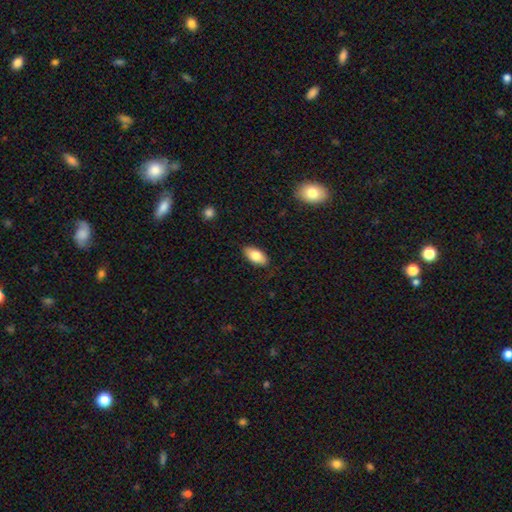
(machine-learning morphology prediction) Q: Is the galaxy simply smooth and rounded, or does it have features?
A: smooth — 79%.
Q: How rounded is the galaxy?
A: in between — 92%.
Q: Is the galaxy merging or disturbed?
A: none — 86%.